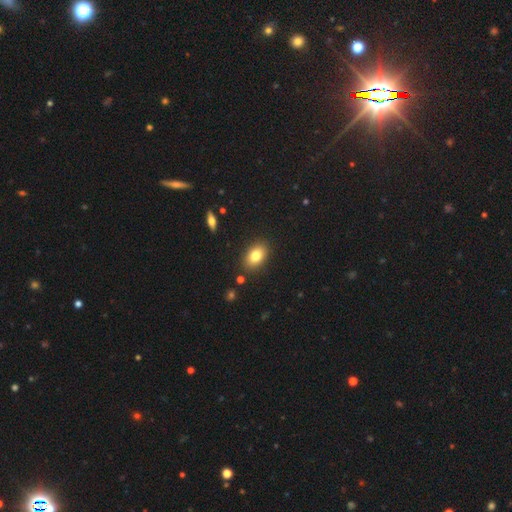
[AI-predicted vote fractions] The model was most divided on "smooth or featured": smooth: 80%, featured or disk: 11%, star or artifact: 9%. More confident: merging — none (87%); how rounded — in between (85%).